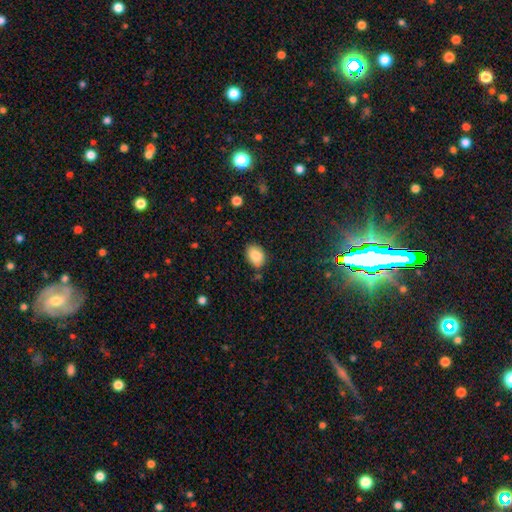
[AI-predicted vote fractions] smooth_or_featured: smooth (p=0.85) [alt: star or artifact p=0.08]
how_rounded: in between (p=0.78) [alt: round p=0.21]
merging: none (p=0.80) [alt: minor disturbance p=0.14]